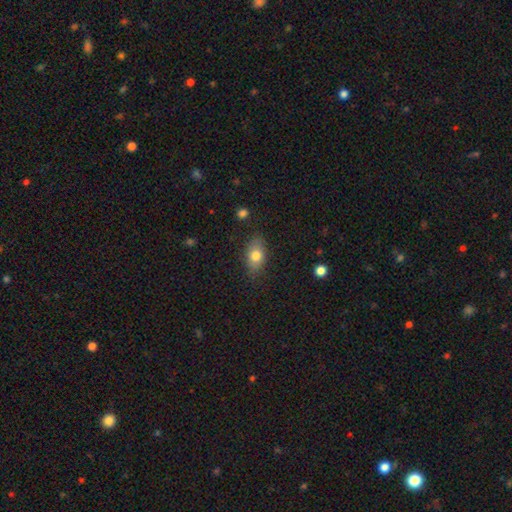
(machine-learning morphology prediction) smooth_or_featured: smooth (p=0.77) [alt: featured or disk p=0.15]
how_rounded: in between (p=0.84) [alt: round p=0.13]
merging: none (p=0.80) [alt: minor disturbance p=0.15]